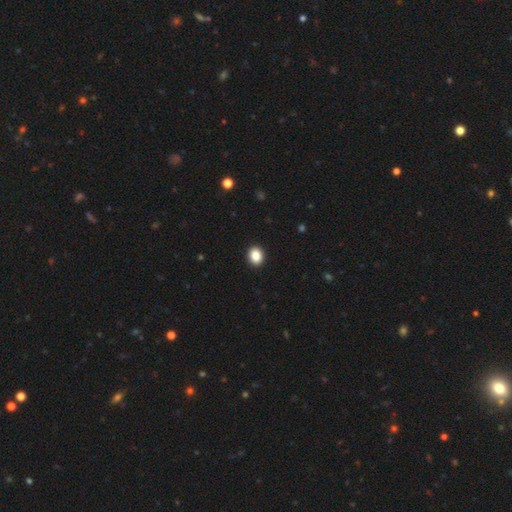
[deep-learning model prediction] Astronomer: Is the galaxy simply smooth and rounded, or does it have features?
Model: smooth — 88%.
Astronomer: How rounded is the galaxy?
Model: round — 56% (runner-up: in between, 43%).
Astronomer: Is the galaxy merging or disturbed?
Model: none — 93%.